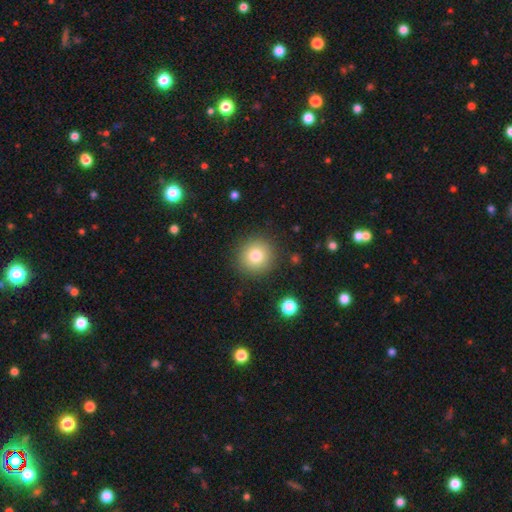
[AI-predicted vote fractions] Smooth or featured? Predicted: smooth (p=0.79). How rounded? Predicted: round (p=0.93). Merging? Predicted: none (p=0.89).